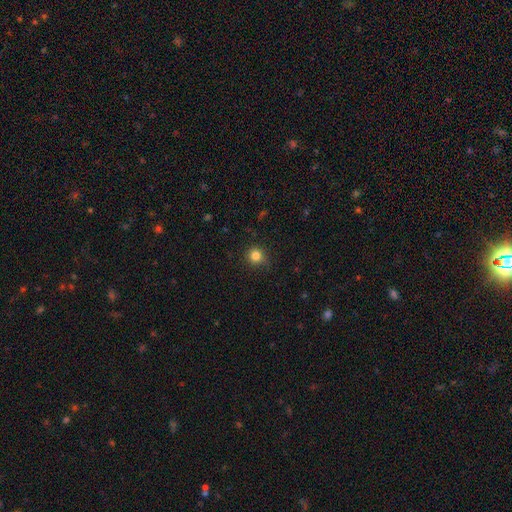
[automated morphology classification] A smooth galaxy with no disk features (82%) that is round (93%).

Vote fractions:
- Smooth or featured? smooth: 82% / star or artifact: 13% / featured or disk: 5%
- How rounded? round: 93% / in between: 6% / cigar-shaped: 1%
- Merging? none: 84% / minor disturbance: 12% / major disturbance: 3% / merger: 1%